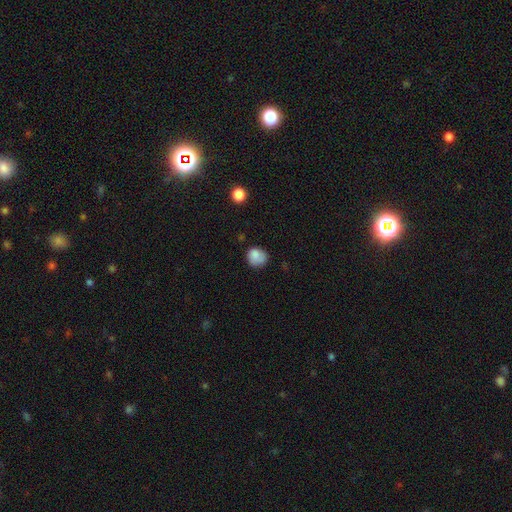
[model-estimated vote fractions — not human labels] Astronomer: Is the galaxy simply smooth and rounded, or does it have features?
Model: smooth — 84%.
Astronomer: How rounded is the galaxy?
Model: round — 78%.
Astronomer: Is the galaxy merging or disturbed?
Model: none — 66%.